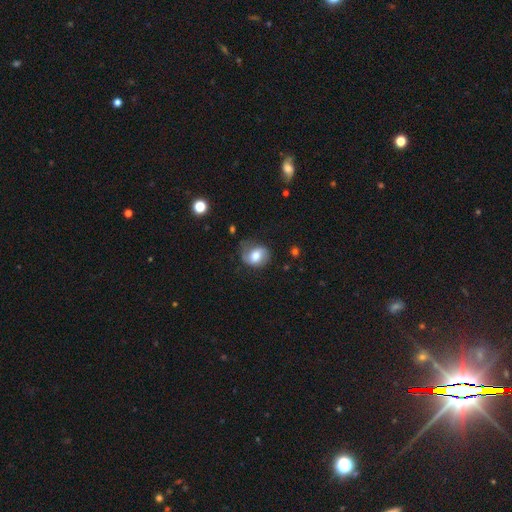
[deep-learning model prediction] Q: Smooth or featured?
A: smooth (58%); runner-up: featured or disk (34%)
Q: How rounded?
A: in between (52%); runner-up: round (46%)
Q: Merging?
A: none (56%); runner-up: minor disturbance (28%)